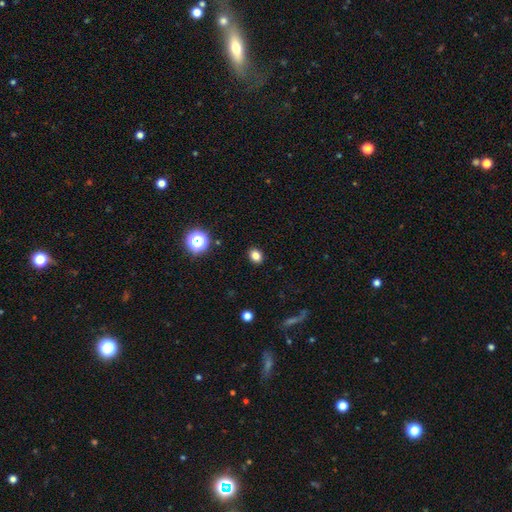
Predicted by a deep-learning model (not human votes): A smooth galaxy with no disk features (81%) that is in between round and cigar-shaped (55%).

Vote fractions:
- Smooth or featured? smooth: 81% / star or artifact: 14% / featured or disk: 5%
- How rounded? in between: 55% / round: 44% / cigar-shaped: 1%
- Merging? none: 90% / minor disturbance: 7% / major disturbance: 2% / merger: 1%